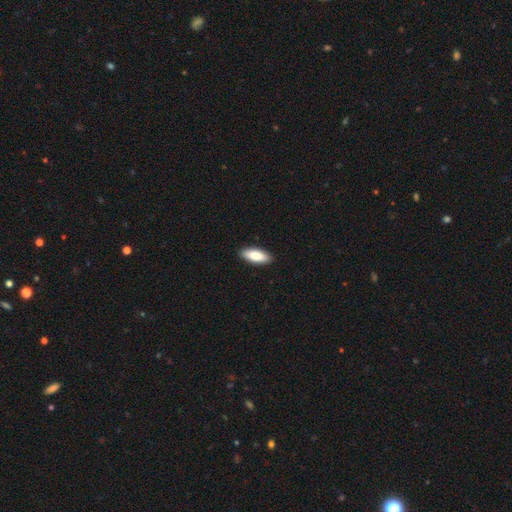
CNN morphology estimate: Smooth or featured? Predicted: smooth (p=0.83). How rounded? Predicted: in between (p=0.76). Merging? Predicted: none (p=0.90).